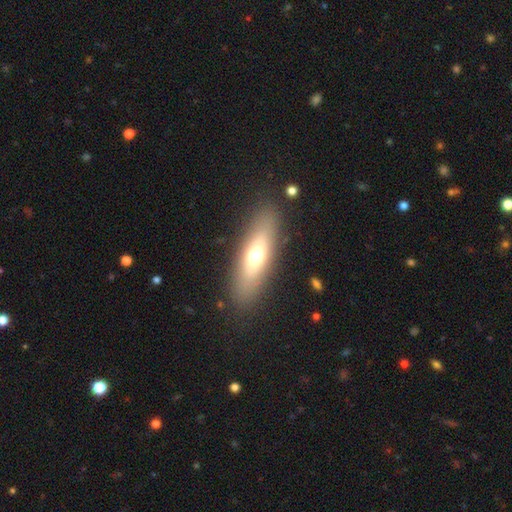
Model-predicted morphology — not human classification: This appears to be a smooth galaxy with no disk features (60%) that is in between round and cigar-shaped (52%). Merging: none (86%).